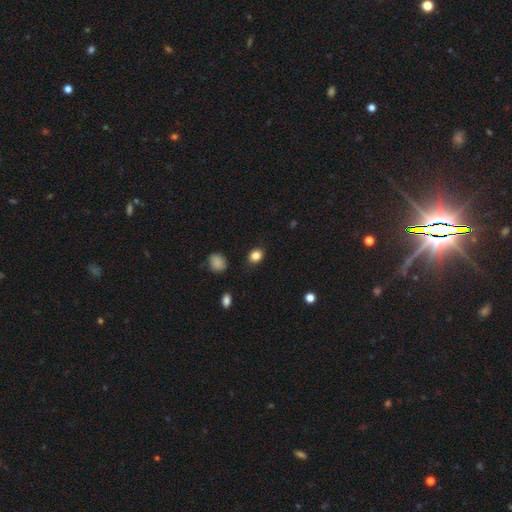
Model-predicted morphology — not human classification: Q: Smooth or featured?
A: smooth (85%); runner-up: star or artifact (11%)
Q: How rounded?
A: round (52%); runner-up: in between (47%)
Q: Merging?
A: none (83%); runner-up: minor disturbance (12%)